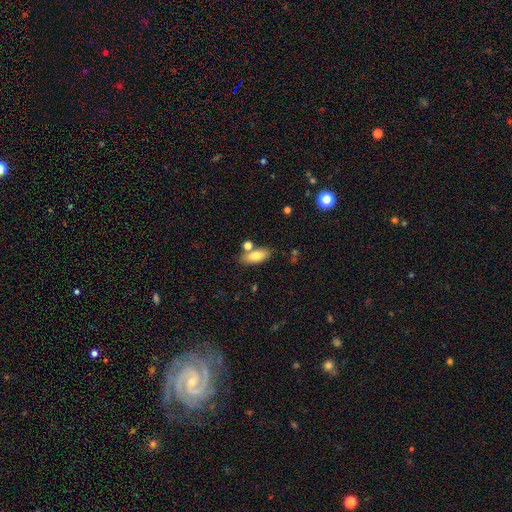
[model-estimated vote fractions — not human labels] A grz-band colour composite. It shows a smooth galaxy with no disk features (77%) that is in between round and cigar-shaped (78%). Merging: none (71%).